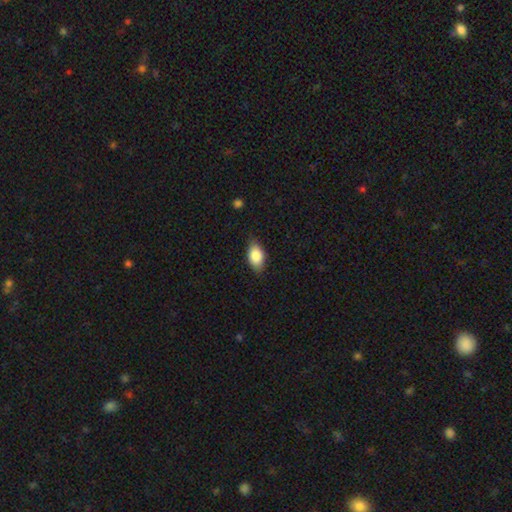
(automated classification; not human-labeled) Smooth or featured?
  - smooth: 86% *
  - featured or disk: 8%
  - star or artifact: 7%
How rounded?
  - in between: 91% *
  - round: 7%
  - cigar-shaped: 3%
Merging?
  - none: 77% *
  - minor disturbance: 18%
  - major disturbance: 3%
  - merger: 1%